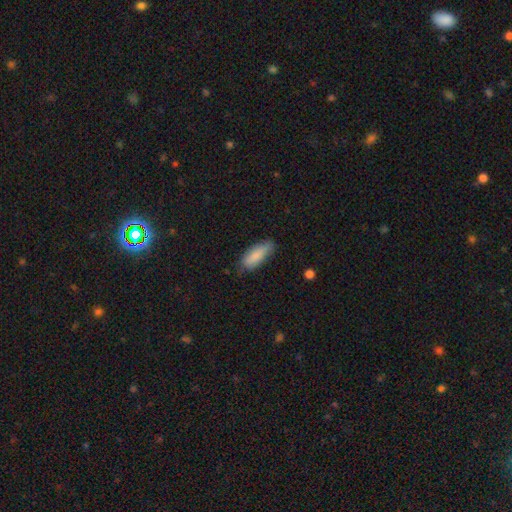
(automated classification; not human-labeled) smooth_or_featured: smooth (p=0.85) [alt: featured or disk p=0.10]
how_rounded: in between (p=0.69) [alt: cigar-shaped p=0.29]
merging: none (p=0.69) [alt: minor disturbance p=0.25]